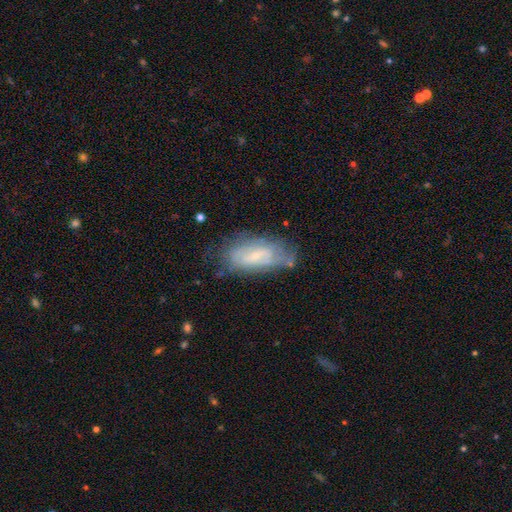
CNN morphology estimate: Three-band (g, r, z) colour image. It shows a featured or disk galaxy (59%) with a weak bar (43%), spiral arms (65%) and a small central bulge (70%). Merging: none (58%).